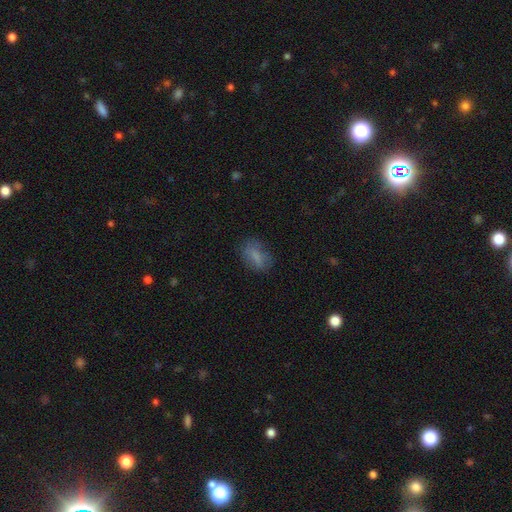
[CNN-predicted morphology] Overall: smooth (72%). How rounded: in between (82%). Merging: none (69%).